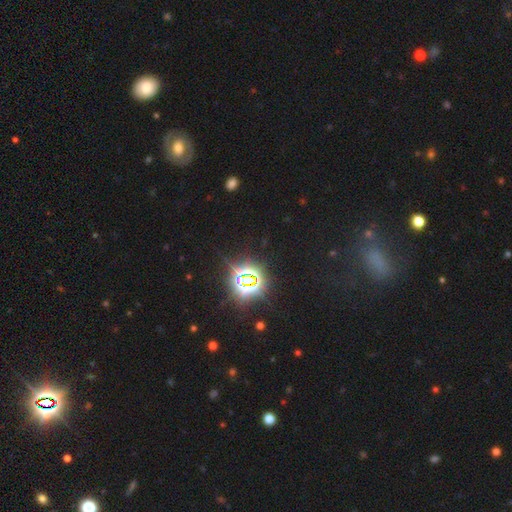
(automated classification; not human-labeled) Overall: star or artifact (71%).